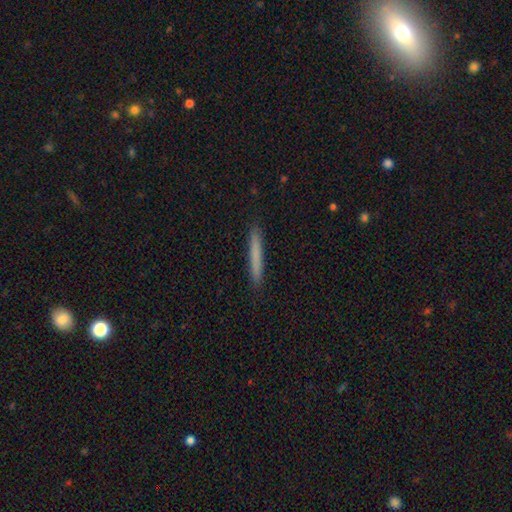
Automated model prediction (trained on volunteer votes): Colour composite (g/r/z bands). It shows a smooth galaxy with no disk features (74%) that is cigar-shaped (97%). Merging: none (92%).